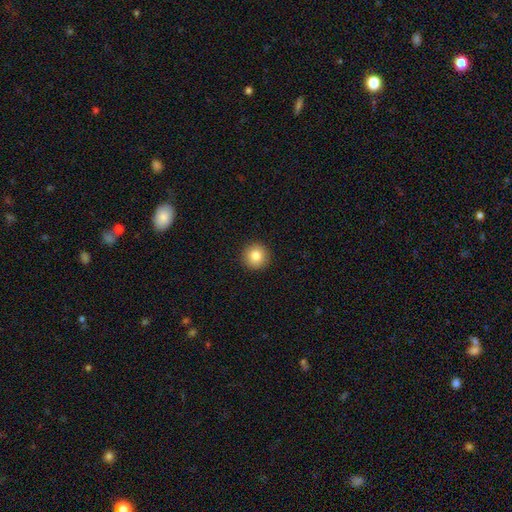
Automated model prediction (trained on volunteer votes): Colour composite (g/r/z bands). It shows a smooth galaxy with no disk features (84%) that is round (95%). Merging: none (93%).